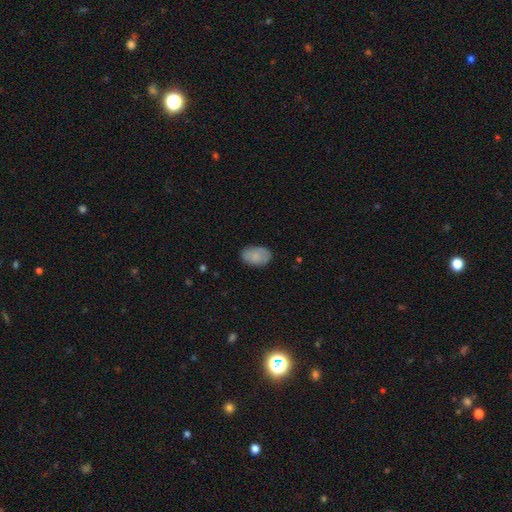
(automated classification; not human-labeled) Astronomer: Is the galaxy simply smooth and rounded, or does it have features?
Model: smooth — 83%.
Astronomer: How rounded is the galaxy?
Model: in between — 89%.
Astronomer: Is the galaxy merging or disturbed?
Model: none — 80%.